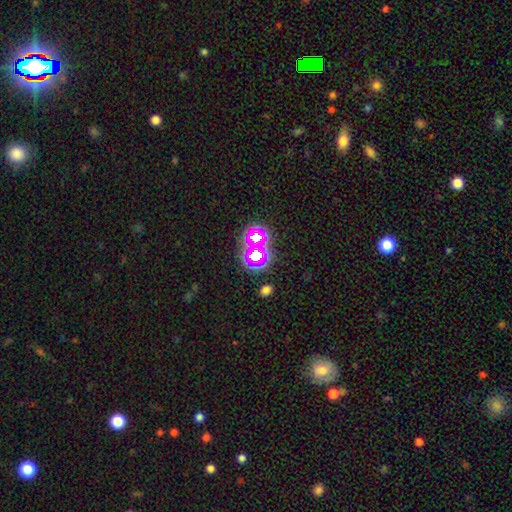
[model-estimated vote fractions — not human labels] smooth_or_featured: star or artifact (p=0.61) [alt: smooth p=0.25]